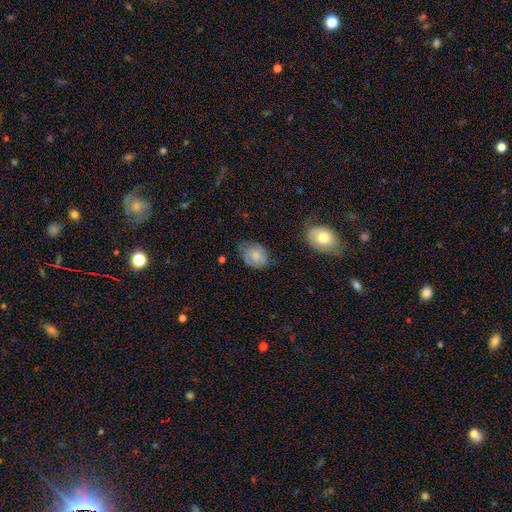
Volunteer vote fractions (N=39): smooth_or_featured: smooth (p=0.72) [alt: featured or disk p=0.18]
how_rounded: in between (p=0.86) [alt: round p=0.14]
merging: none (p=0.60) [alt: minor disturbance p=0.29]